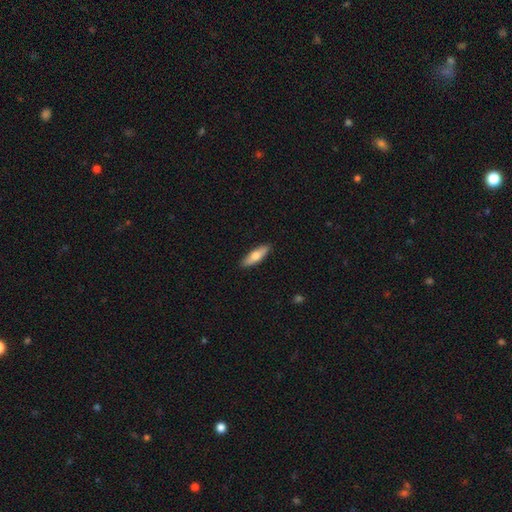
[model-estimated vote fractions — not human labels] smooth-or-featured: smooth: 65% | featured or disk: 30% | star or artifact: 5%
  how-rounded: cigar-shaped: 50% | in between: 48% | round: 2%
  merging: none: 89% | minor disturbance: 8% | major disturbance: 2% | merger: 1%